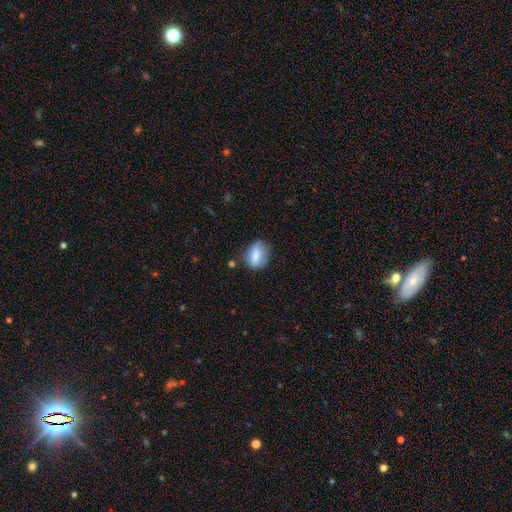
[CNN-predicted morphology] Q: Smooth or featured?
A: smooth (77%); runner-up: featured or disk (15%)
Q: How rounded?
A: in between (75%); runner-up: round (20%)
Q: Merging?
A: none (64%); runner-up: minor disturbance (25%)